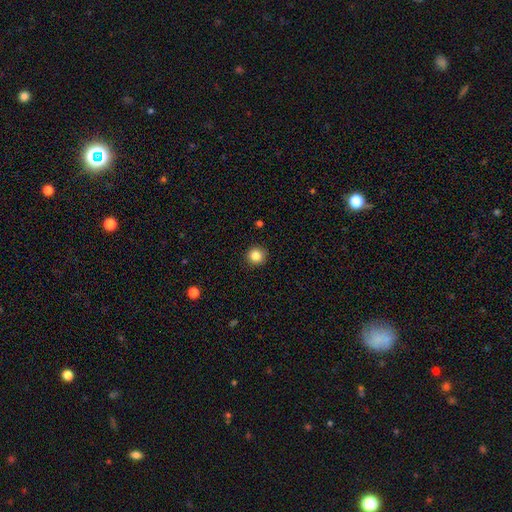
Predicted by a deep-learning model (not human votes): smooth 85%, star or artifact 11%, featured or disk 4%. Down the decision tree: how rounded — round (94%); merging — none (91%).